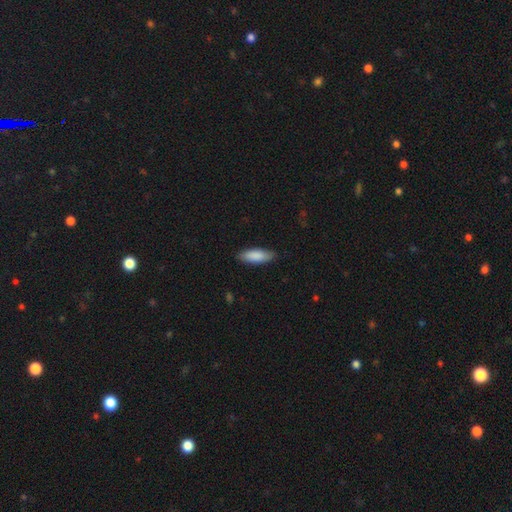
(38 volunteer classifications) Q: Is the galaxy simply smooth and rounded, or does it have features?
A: smooth — 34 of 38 (89%).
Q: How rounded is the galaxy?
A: in between — 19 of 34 (56%).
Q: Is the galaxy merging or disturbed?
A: none — 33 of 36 (92%).